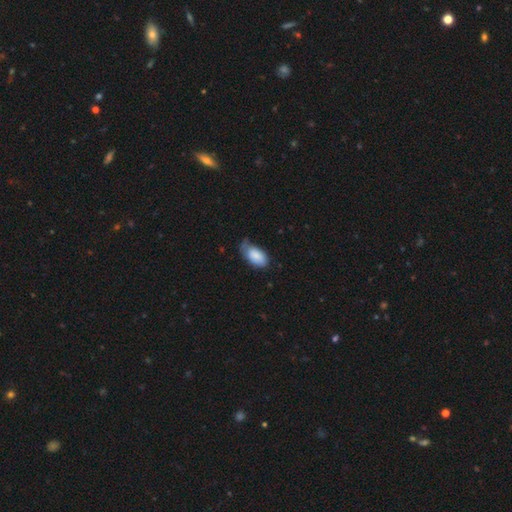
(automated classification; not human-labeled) A smooth galaxy with no disk features (84%) that is in between round and cigar-shaped (94%). Merging: minor disturbance (43%).